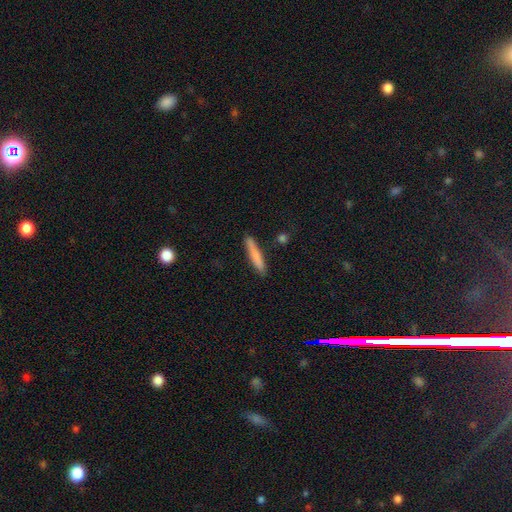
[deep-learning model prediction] A smooth galaxy with no disk features (78%) that is cigar-shaped (92%).

Vote fractions:
- Smooth or featured? smooth: 78% / featured or disk: 16% / star or artifact: 6%
- How rounded? cigar-shaped: 92% / in between: 7% / round: 1%
- Merging? none: 85% / minor disturbance: 11% / merger: 2% / major disturbance: 2%